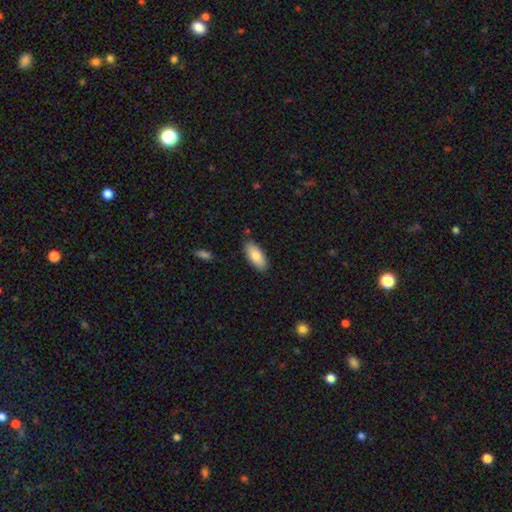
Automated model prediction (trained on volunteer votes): A smooth galaxy with no disk features (82%) that is in between round and cigar-shaped (86%).

Vote fractions:
- Smooth or featured? smooth: 82% / featured or disk: 12% / star or artifact: 6%
- How rounded? in between: 86% / cigar-shaped: 12% / round: 2%
- Merging? none: 85% / minor disturbance: 11% / major disturbance: 2% / merger: 2%